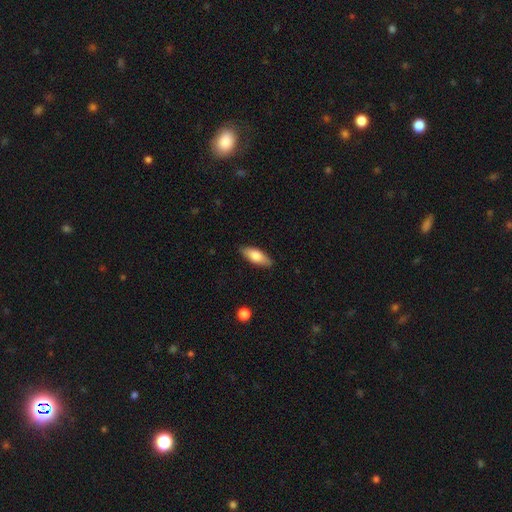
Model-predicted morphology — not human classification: This appears to be a smooth galaxy with no disk features (74%) that is in between round and cigar-shaped (73%). Merging: none (86%).